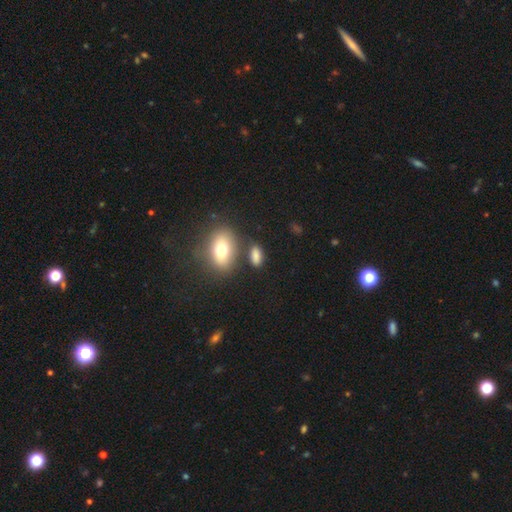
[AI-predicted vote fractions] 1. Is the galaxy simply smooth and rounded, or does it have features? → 80% smooth, 11% star or artifact, 9% featured or disk.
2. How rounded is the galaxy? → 81% in between, 11% round, 8% cigar-shaped.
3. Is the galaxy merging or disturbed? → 67% none, 15% minor disturbance, 12% merger, 6% major disturbance.